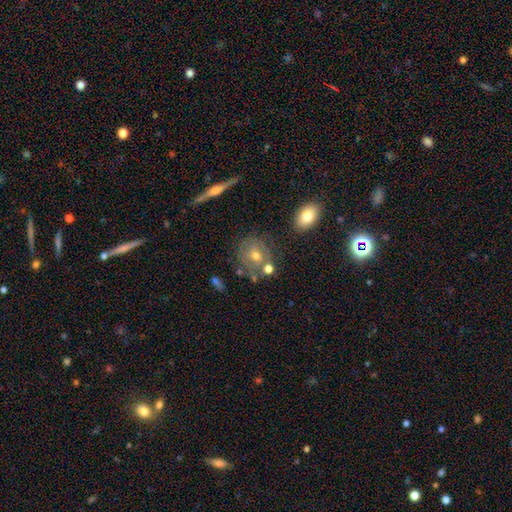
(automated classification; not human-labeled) Q: Smooth or featured?
A: featured or disk (49%); runner-up: smooth (36%)
Q: Merging?
A: none (68%); runner-up: minor disturbance (16%)